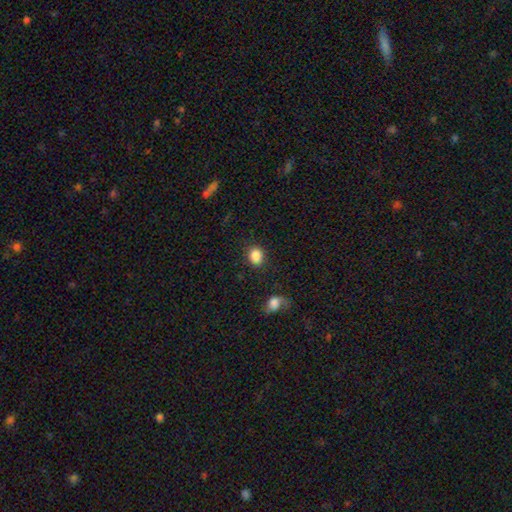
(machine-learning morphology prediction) Smooth or featured: smooth — 88% (star or artifact — 9%)
How rounded: in between — 56% (round — 43%)
Merging: none — 81% (minor disturbance — 11%)